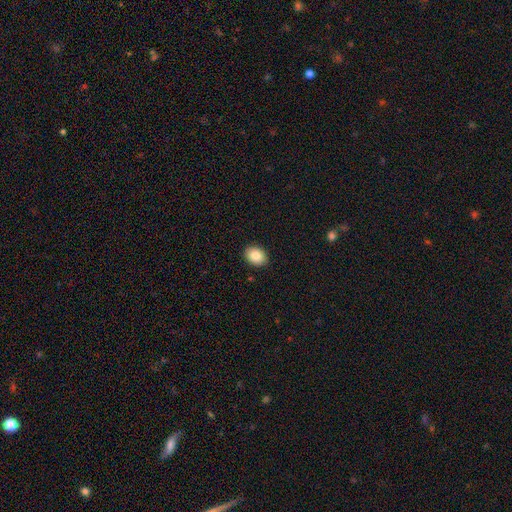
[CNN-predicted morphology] Smooth or featured: smooth — 86% (star or artifact — 8%)
How rounded: in between — 62% (round — 37%)
Merging: none — 90% (minor disturbance — 7%)